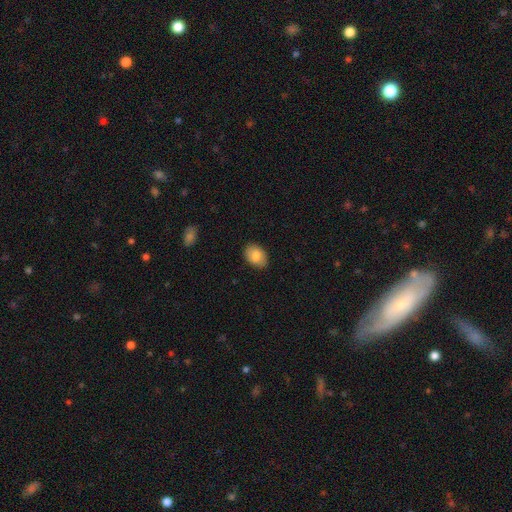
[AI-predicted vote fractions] A smooth galaxy with no disk features (85%) that is in between round and cigar-shaped (80%). Merging: none (85%).